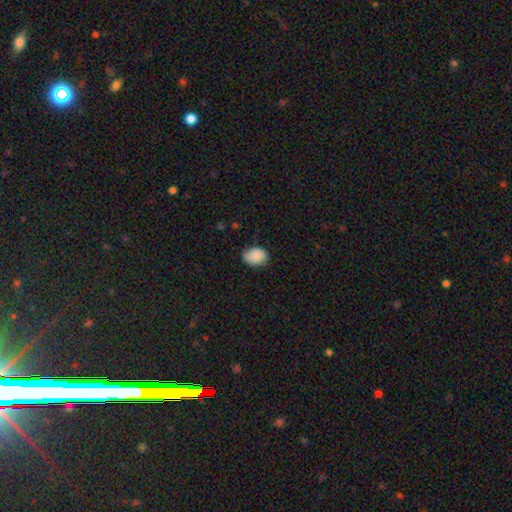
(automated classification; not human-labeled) smooth_or_featured: smooth (p=0.84) [alt: featured or disk p=0.09]
how_rounded: in between (p=0.71) [alt: round p=0.28]
merging: none (p=0.75) [alt: minor disturbance p=0.20]